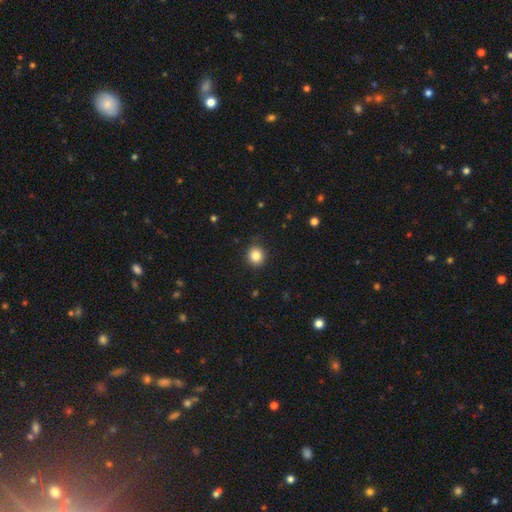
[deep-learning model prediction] The model was most divided on "how rounded": round: 86%, in between: 13%, cigar-shaped: 1%. More confident: merging — none (89%); smooth or featured — smooth (84%).